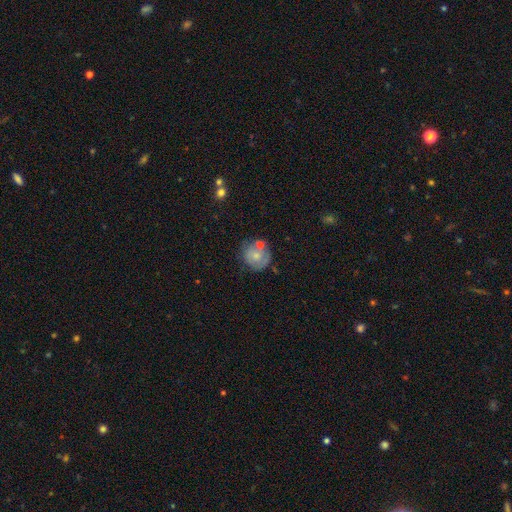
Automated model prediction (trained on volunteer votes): Smooth or featured? smooth (63%)
How rounded? round (85%)
Merging? none (58%)